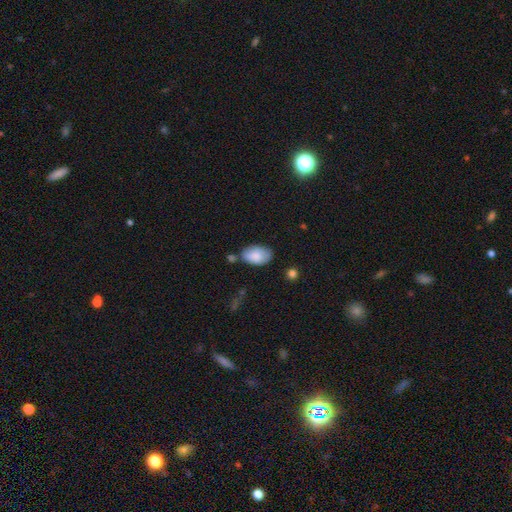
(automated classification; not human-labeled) Smooth or featured: smooth — 84% (featured or disk — 9%)
How rounded: in between — 92% (round — 6%)
Merging: none — 64% (minor disturbance — 23%)